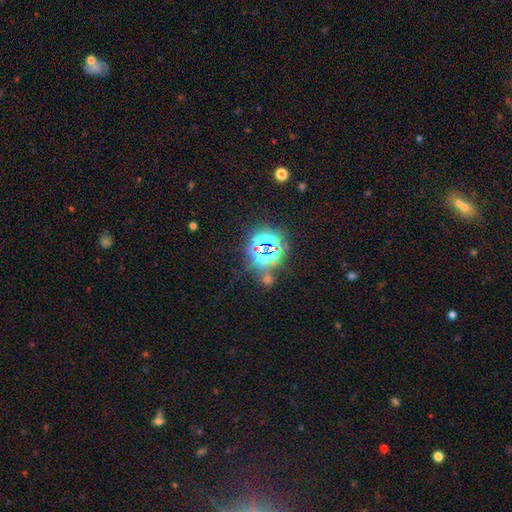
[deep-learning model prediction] smooth_or_featured: star or artifact (p=0.80) [alt: smooth p=0.11]